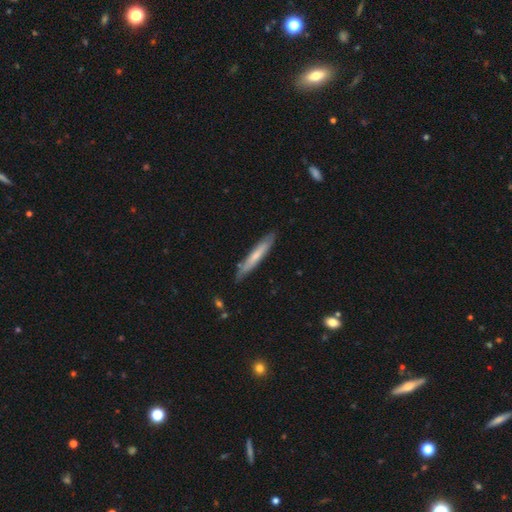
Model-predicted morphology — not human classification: Smooth or featured? Predicted: smooth (p=0.60). How rounded? Predicted: cigar-shaped (p=0.93). Merging? Predicted: none (p=0.83).